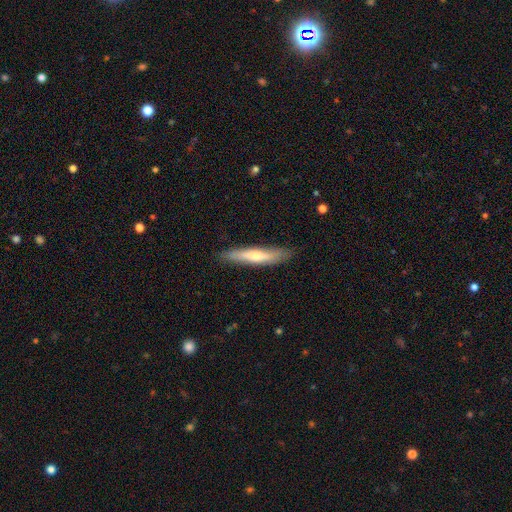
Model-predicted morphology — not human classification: The model was most divided on "smooth or featured" (2-way tie): featured or disk: 47%, smooth: 47%, star or artifact: 6%. More confident: merging — none (85%).